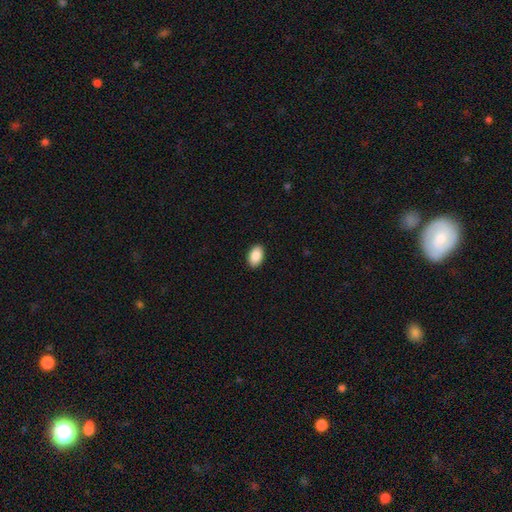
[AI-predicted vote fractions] The model was most divided on "smooth or featured": smooth: 90%, star or artifact: 7%, featured or disk: 4%. More confident: how rounded — in between (93%); merging — none (90%).